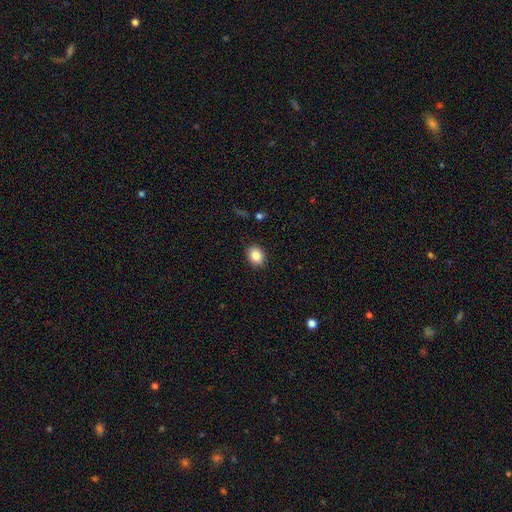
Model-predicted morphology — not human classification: Smooth or featured? smooth (86%)
How rounded? in between (54%)
Merging? none (90%)